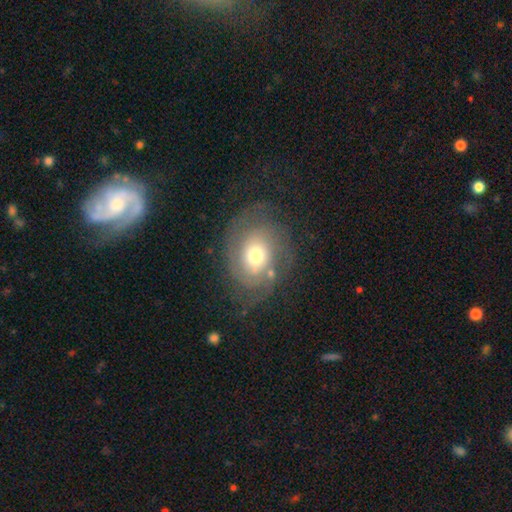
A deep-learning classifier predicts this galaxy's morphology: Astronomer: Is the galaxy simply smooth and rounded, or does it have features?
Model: featured or disk — 71%.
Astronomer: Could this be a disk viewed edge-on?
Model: no — 96%.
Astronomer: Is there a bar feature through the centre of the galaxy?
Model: no — 79%.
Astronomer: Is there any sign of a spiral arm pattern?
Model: yes — 86%.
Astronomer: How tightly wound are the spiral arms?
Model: tight — 59%.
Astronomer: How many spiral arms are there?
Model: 2 — 45% (runner-up: can't tell, 30%).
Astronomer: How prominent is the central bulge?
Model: moderate — 63%.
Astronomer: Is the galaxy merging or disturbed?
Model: none — 69%.